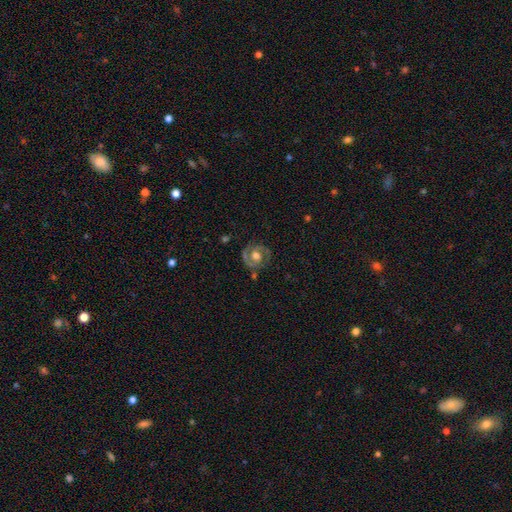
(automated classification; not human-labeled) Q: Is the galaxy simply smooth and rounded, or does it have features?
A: featured or disk — 86%.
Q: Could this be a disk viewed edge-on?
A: no — 98%.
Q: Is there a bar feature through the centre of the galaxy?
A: no — 57%.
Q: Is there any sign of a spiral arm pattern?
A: yes — 95%.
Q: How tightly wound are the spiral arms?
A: medium — 46%, tied with tight.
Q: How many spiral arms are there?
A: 2 — 90%.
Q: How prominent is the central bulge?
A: moderate — 57%.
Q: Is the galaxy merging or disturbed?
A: none — 79%.